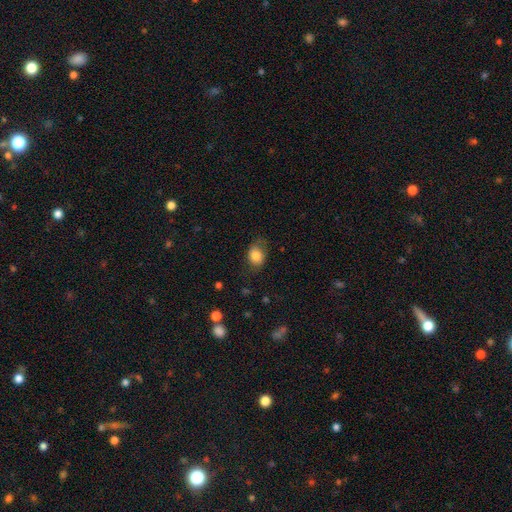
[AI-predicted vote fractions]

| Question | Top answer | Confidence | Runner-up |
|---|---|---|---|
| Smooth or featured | smooth | 81% | featured or disk (10%) |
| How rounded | in between | 62% | round (37%) |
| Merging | none | 63% | minor disturbance (26%) |